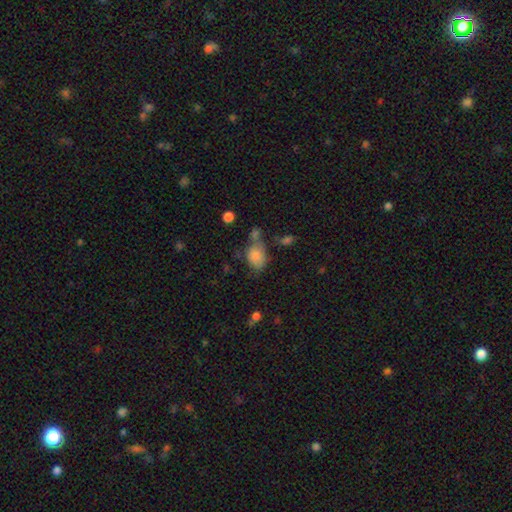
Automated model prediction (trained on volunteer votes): Smooth or featured? smooth (82%)
How rounded? in between (78%)
Merging? none (45%)